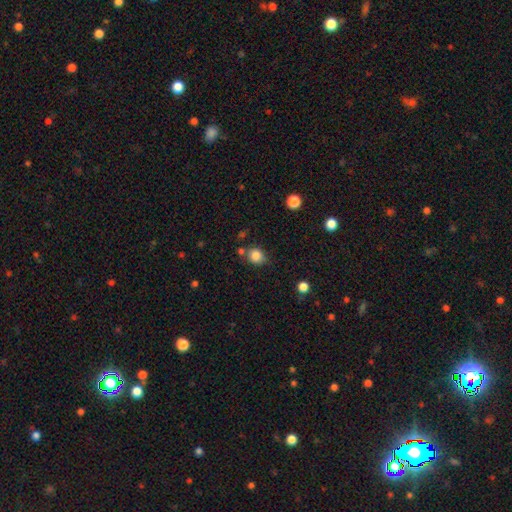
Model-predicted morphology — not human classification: smooth_or_featured: smooth (p=0.83) [alt: star or artifact p=0.11]
how_rounded: round (p=0.70) [alt: in between p=0.29]
merging: none (p=0.66) [alt: minor disturbance p=0.20]